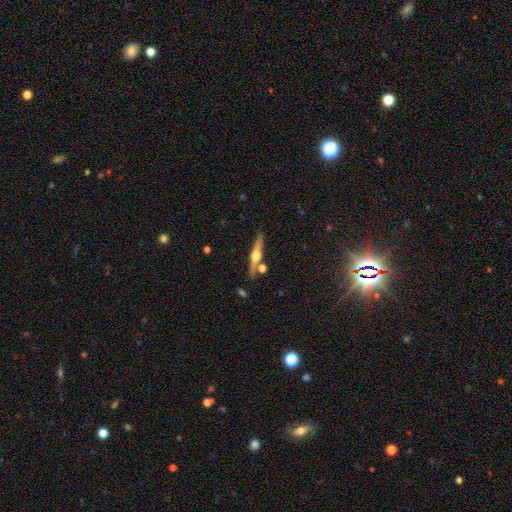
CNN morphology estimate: smooth_or_featured: featured or disk (p=0.75) [alt: smooth p=0.18]
disk_edge_on: yes (p=0.97) [alt: no p=0.03]
edge_on_bulge: rounded (p=0.95) [alt: boxy p=0.03]
merging: none (p=0.81) [alt: minor disturbance p=0.09]